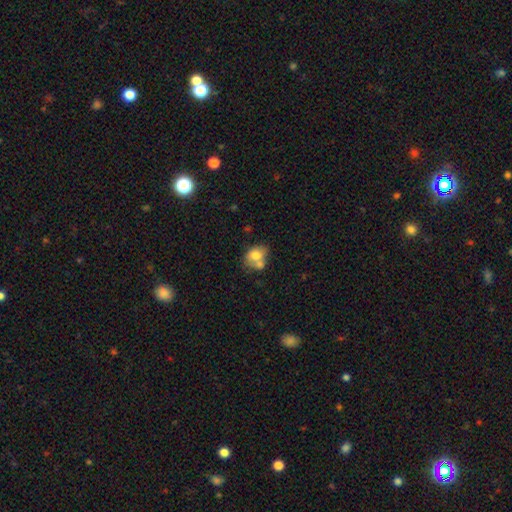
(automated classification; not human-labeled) This is likely a smooth galaxy (72%). How rounded: likely in between (63%). Merging: marginally merger (44%).